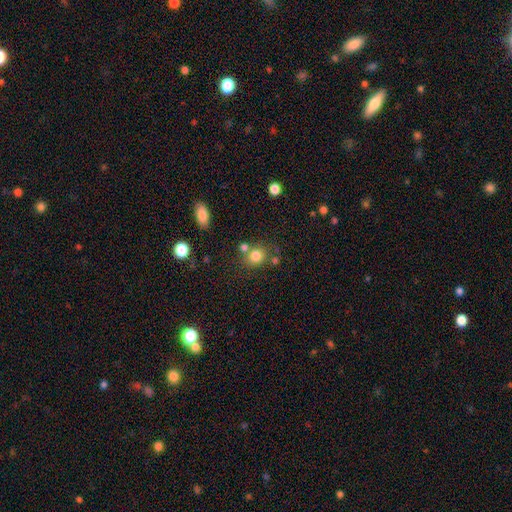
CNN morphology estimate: Q: Smooth or featured?
A: smooth (80%); runner-up: star or artifact (12%)
Q: How rounded?
A: round (74%); runner-up: in between (25%)
Q: Merging?
A: none (65%); runner-up: merger (19%)